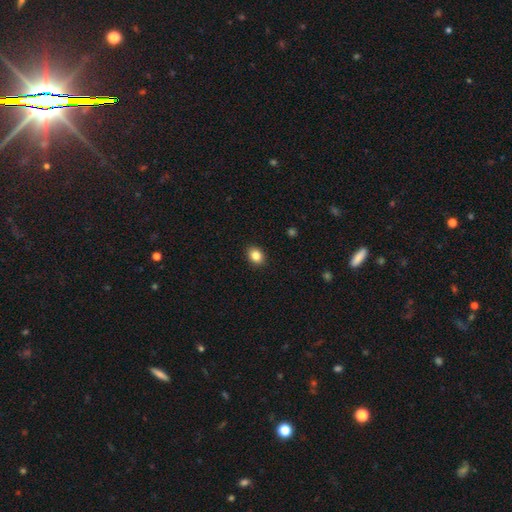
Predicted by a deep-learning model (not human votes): Smooth or featured? Predicted: smooth (p=0.85). How rounded? Predicted: in between (p=0.55). Merging? Predicted: none (p=0.91).